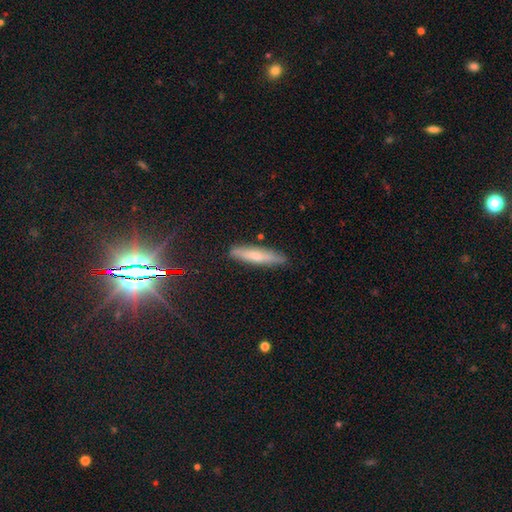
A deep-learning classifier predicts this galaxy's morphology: This is likely a smooth galaxy (61%). How rounded: clearly cigar-shaped (84%). Merging: clearly none (84%).